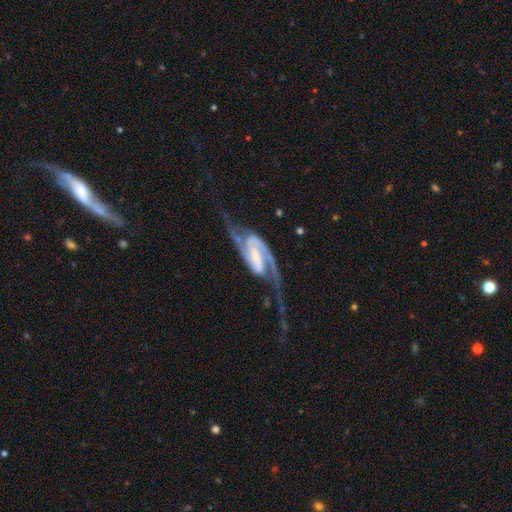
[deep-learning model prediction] Q: Smooth or featured?
A: featured or disk (91%); runner-up: smooth (5%)
Q: Edge-on disk?
A: no (96%); runner-up: yes (4%)
Q: Bar?
A: strong (53%); runner-up: weak (33%)
Q: Spiral arms?
A: yes (97%); runner-up: no (3%)
Q: Spiral winding?
A: loose (43%); runner-up: medium (41%)
Q: Spiral arm count?
A: 2 (92%); runner-up: 1 (3%)
Q: Bulge size?
A: none (34%); runner-up: small (32%)
Q: Merging?
A: none (49%); runner-up: major disturbance (31%)